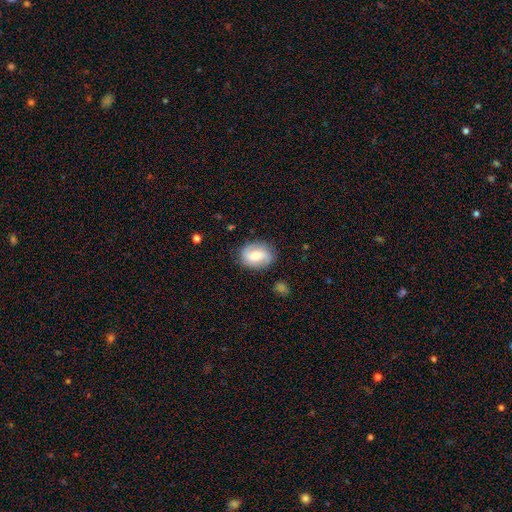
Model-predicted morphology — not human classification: The model was most divided on "smooth or featured": smooth: 51%, featured or disk: 42%, star or artifact: 8%. More confident: merging — none (80%); how rounded — in between (62%).